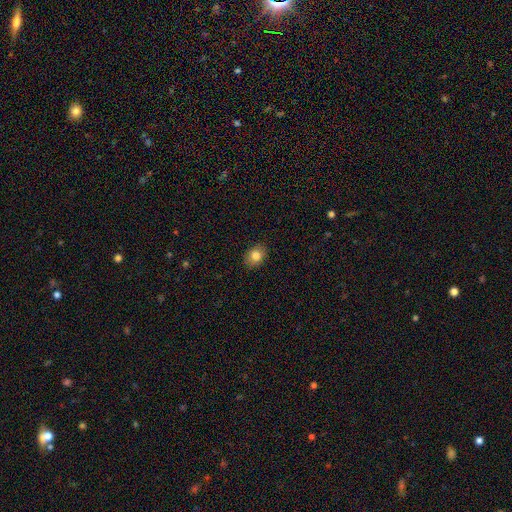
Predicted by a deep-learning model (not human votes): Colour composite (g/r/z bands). It shows a smooth galaxy with no disk features (82%) that is in between round and cigar-shaped (61%). Merging: none (87%).